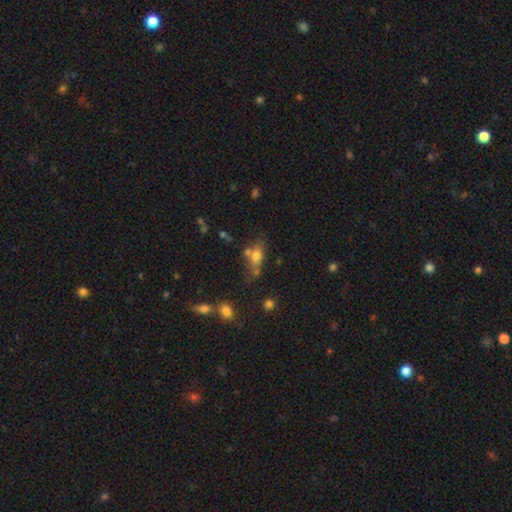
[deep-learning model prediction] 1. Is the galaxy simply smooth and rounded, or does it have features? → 68% smooth, 18% featured or disk, 13% star or artifact.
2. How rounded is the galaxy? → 74% in between, 14% round, 12% cigar-shaped.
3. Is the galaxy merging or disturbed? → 47% none, 27% merger, 18% minor disturbance, 9% major disturbance.